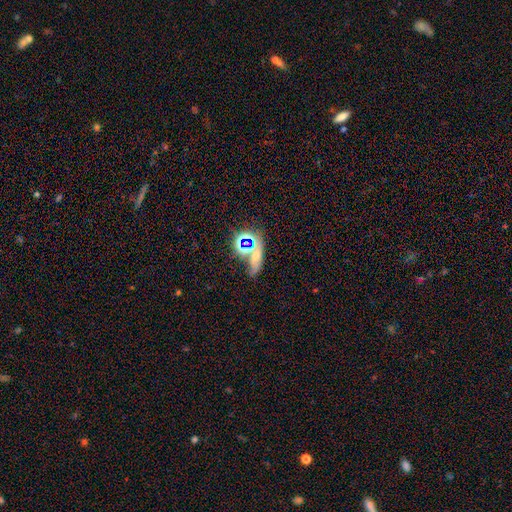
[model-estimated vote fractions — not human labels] The model was most divided on "smooth or featured": star or artifact: 46%, smooth: 29%, featured or disk: 25%.